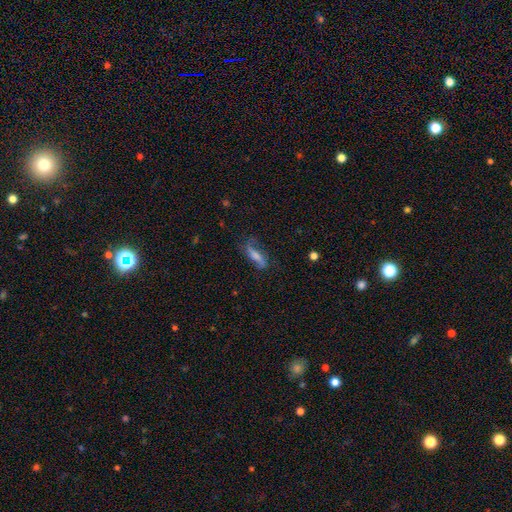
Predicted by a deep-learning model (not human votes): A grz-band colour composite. It shows a featured or disk galaxy (55%). Merging: none (62%).